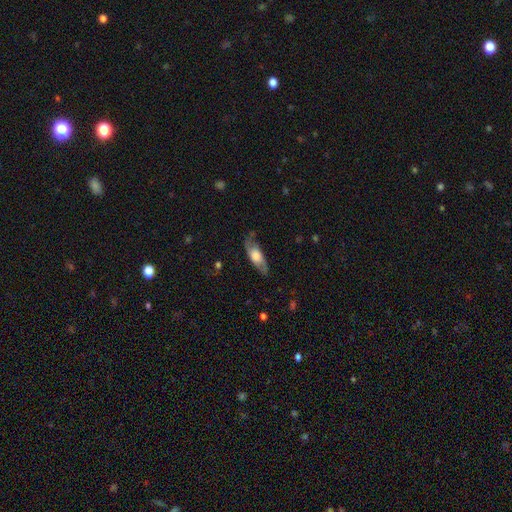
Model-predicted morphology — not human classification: Overall: smooth (47%, tied with featured or disk). Merging: none (72%).